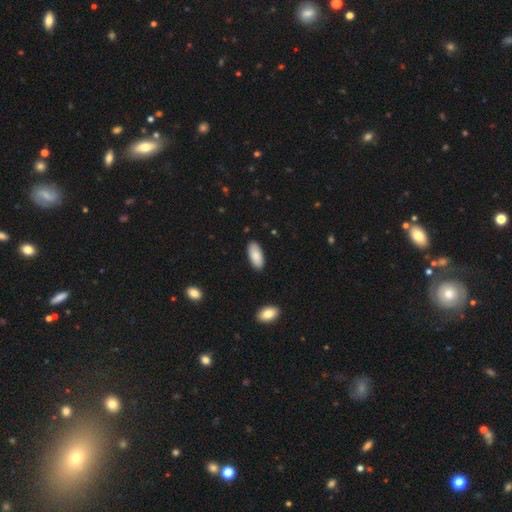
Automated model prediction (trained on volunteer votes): Smooth or featured? Predicted: smooth (p=0.85). How rounded? Predicted: in between (p=0.90). Merging? Predicted: none (p=0.87).